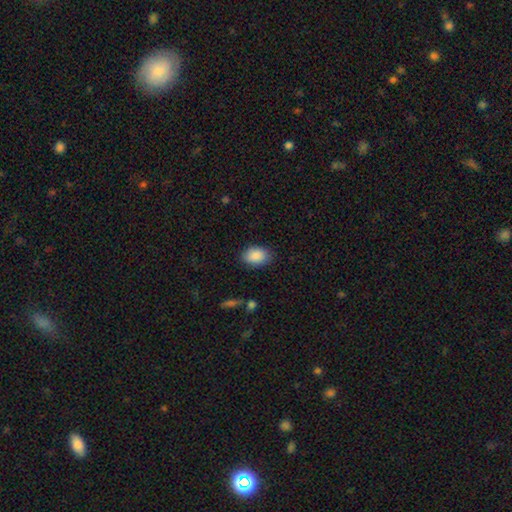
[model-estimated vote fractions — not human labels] smooth 89%, star or artifact 7%, featured or disk 4%. Down the decision tree: how rounded — in between (85%); merging — none (84%).